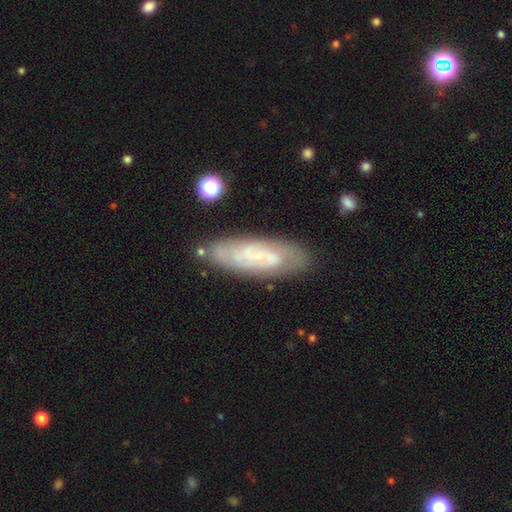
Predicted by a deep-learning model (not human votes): A featured or disk galaxy (62%) with no bar (54%), spiral arms (77%) and a small central bulge (64%). Merging: none (76%).